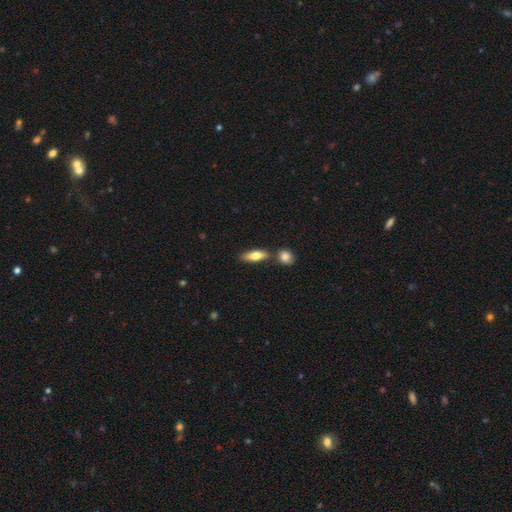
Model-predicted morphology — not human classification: smooth 72%, featured or disk 22%, star or artifact 6%. Down the decision tree: how rounded — in between (58%); merging — none (68%).